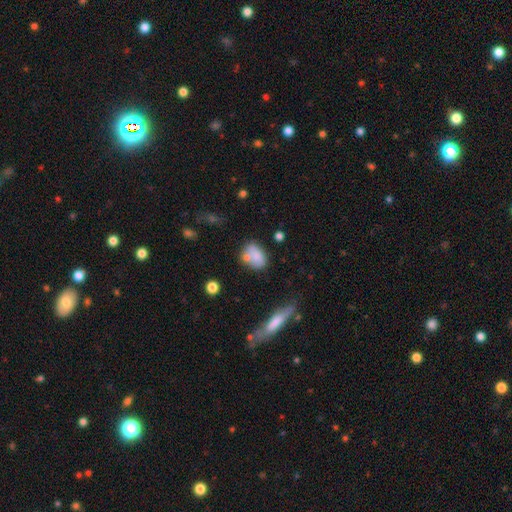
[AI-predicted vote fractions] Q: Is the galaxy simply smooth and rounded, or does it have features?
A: smooth — 74%.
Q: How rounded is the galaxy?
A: in between — 75%.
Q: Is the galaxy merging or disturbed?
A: none — 44%.